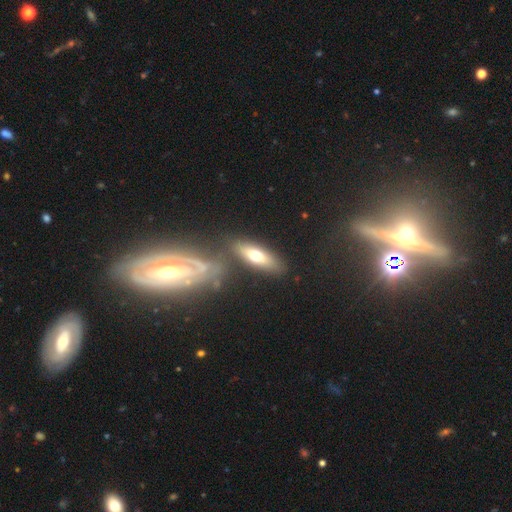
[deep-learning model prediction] Smooth or featured? Predicted: smooth (p=0.59). How rounded? Predicted: in between (p=0.59). Merging? Predicted: none (p=0.74).